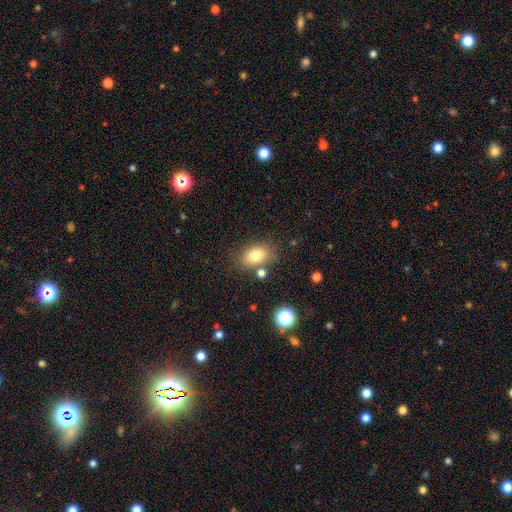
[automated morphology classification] The model was most divided on "merging": none: 74%, minor disturbance: 14%, merger: 8%, major disturbance: 4%. More confident: how rounded — in between (82%); smooth or featured — smooth (79%).